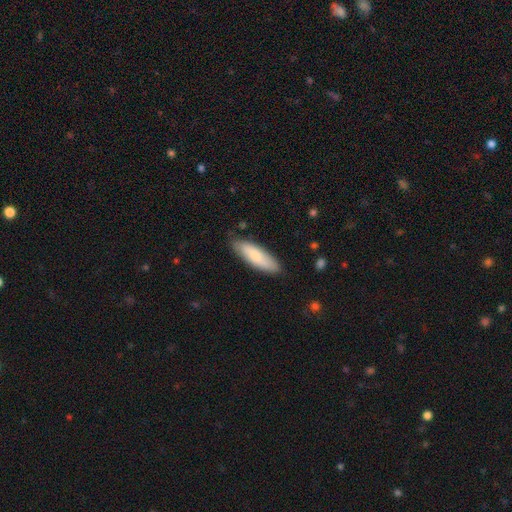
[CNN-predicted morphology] Q: Smooth or featured?
A: smooth (77%); runner-up: featured or disk (17%)
Q: How rounded?
A: cigar-shaped (51%); runner-up: in between (47%)
Q: Merging?
A: none (82%); runner-up: minor disturbance (14%)